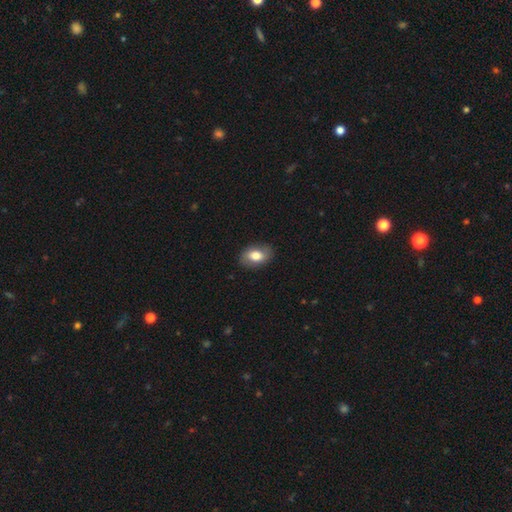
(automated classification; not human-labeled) Morphology: type=smooth (75%); roundness=in between (85%); merging=none (84%).